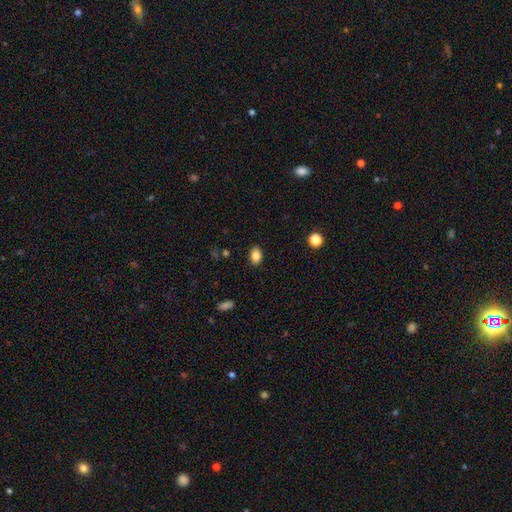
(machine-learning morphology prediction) This is clearly a smooth galaxy (85%). How rounded: clearly in between (84%). Merging: clearly none (87%).